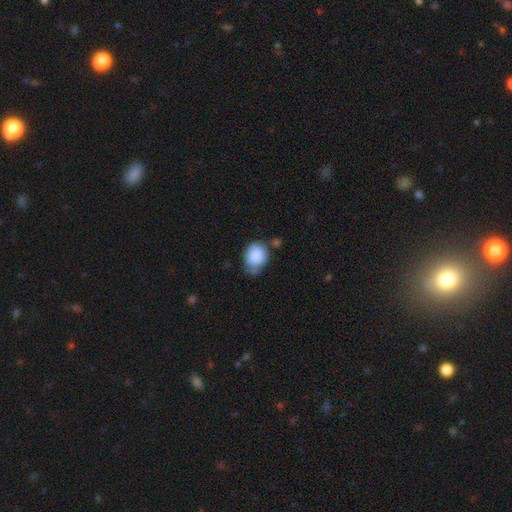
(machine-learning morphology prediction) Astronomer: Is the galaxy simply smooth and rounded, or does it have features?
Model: smooth — 83%.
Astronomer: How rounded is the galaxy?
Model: in between — 60% (runner-up: round, 39%).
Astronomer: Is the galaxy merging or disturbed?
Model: none — 46% (runner-up: minor disturbance, 37%).